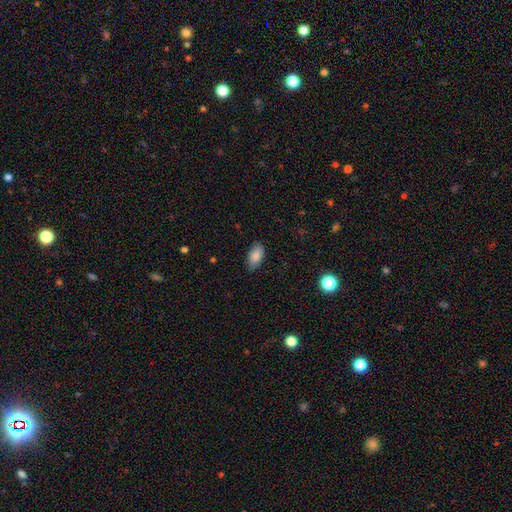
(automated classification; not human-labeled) smooth_or_featured: smooth (p=0.87) [alt: star or artifact p=0.07]
how_rounded: in between (p=0.93) [alt: cigar-shaped p=0.03]
merging: none (p=0.84) [alt: minor disturbance p=0.12]